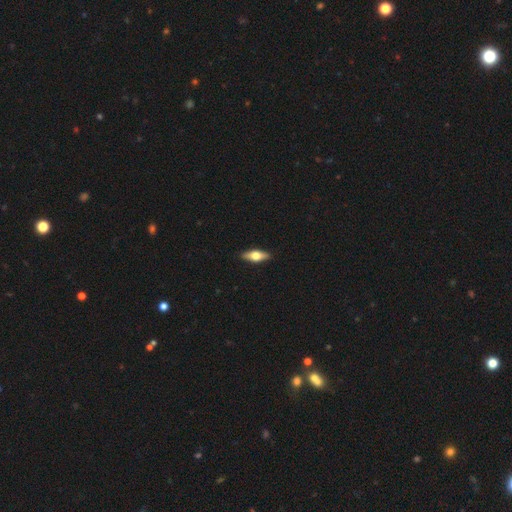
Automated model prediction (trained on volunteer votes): Smooth or featured? featured or disk (48%)
Merging? none (90%)